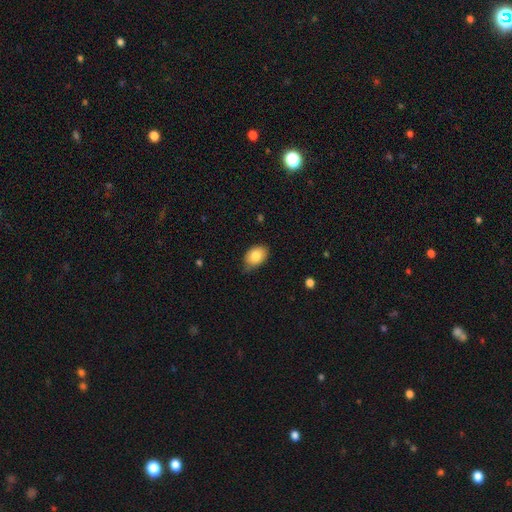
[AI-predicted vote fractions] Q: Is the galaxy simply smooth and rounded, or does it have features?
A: smooth — 82%.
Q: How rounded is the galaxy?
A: in between — 82%.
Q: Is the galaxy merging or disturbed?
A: none — 62%.